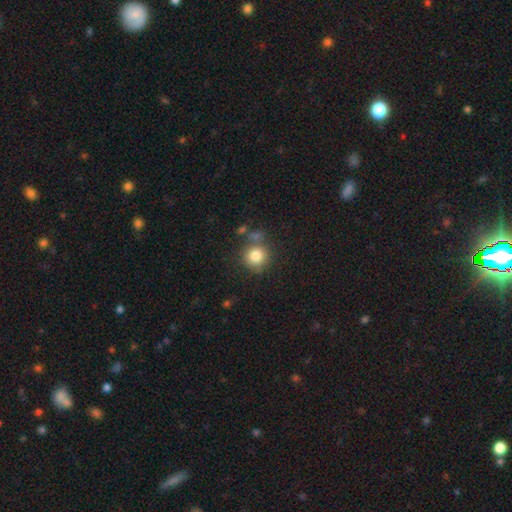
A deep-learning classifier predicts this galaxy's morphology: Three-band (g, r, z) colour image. It shows a smooth galaxy with no disk features (82%) that is round (91%). Merging: none (73%).